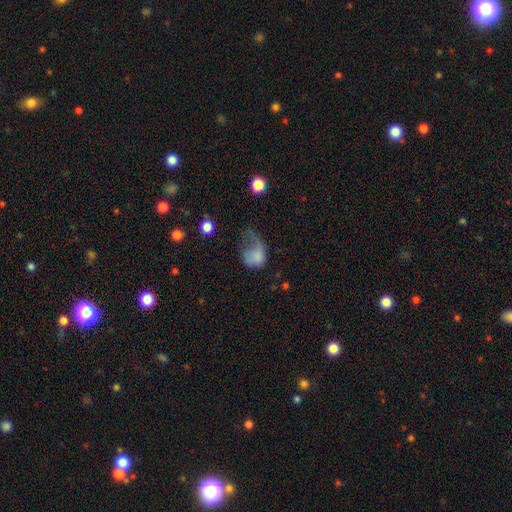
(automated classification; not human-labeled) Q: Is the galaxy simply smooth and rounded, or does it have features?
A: smooth — 60%.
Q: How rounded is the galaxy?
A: in between — 60%.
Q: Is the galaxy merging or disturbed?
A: major disturbance — 62%.